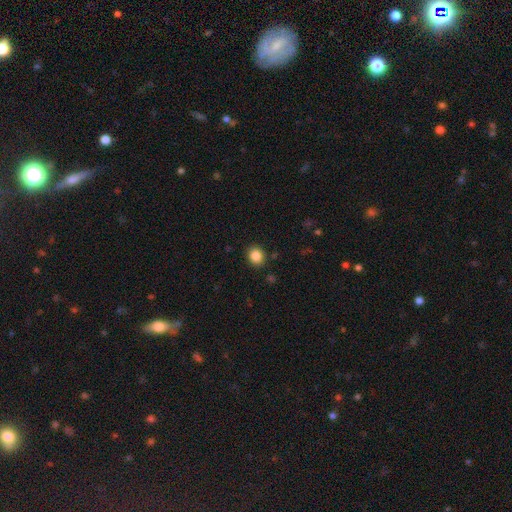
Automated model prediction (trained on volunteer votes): A smooth galaxy with no disk features (86%) that is round (70%).

Vote fractions:
- Smooth or featured? smooth: 86% / star or artifact: 10% / featured or disk: 4%
- How rounded? round: 70% / in between: 29% / cigar-shaped: 1%
- Merging? none: 89% / minor disturbance: 7% / major disturbance: 2% / merger: 1%